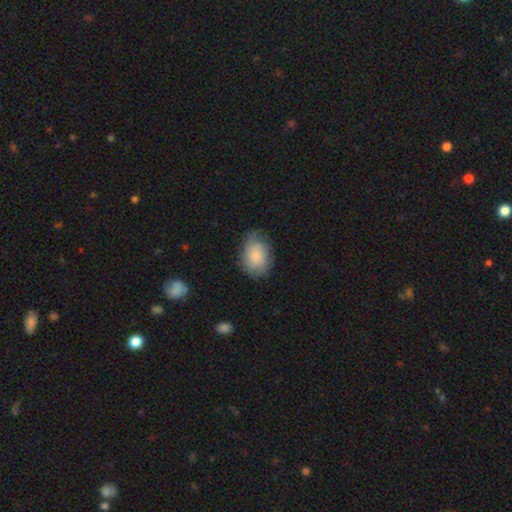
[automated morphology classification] Smooth or featured? smooth (72%)
How rounded? in between (72%)
Merging? none (64%)